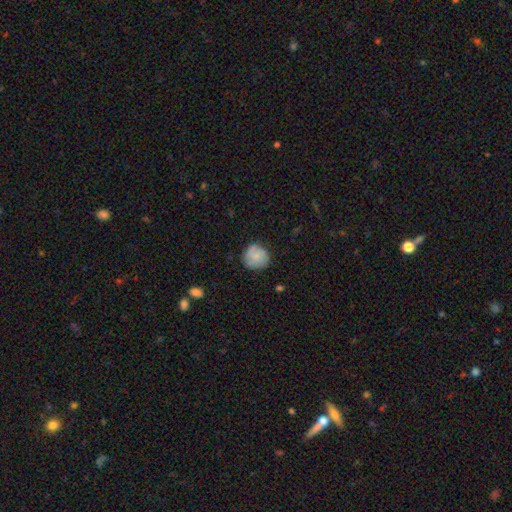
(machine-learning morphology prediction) Smooth or featured? smooth (66%)
How rounded? round (87%)
Merging? none (73%)